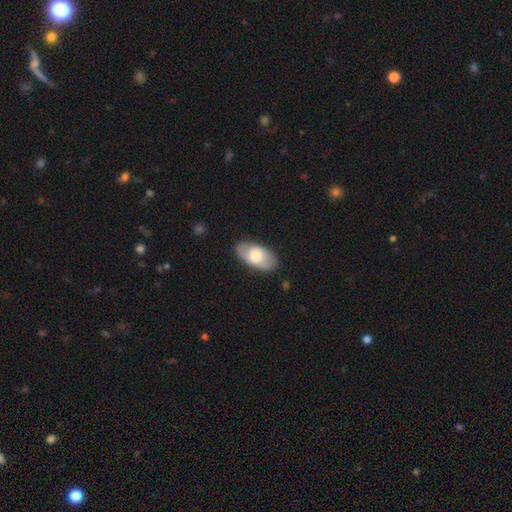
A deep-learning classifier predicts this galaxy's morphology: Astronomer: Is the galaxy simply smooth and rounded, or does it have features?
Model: smooth — 66%.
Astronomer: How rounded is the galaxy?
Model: in between — 94%.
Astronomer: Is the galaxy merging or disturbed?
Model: none — 83%.